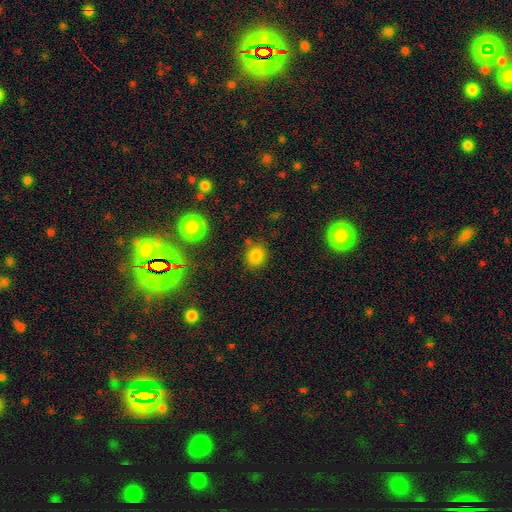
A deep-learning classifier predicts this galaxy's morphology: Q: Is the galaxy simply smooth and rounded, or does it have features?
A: smooth — 80%.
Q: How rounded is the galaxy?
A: round — 77%.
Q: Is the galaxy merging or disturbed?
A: none — 80%.